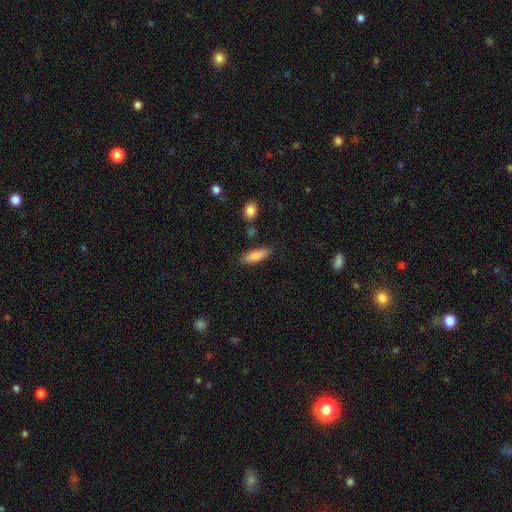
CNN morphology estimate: This is clearly a smooth galaxy (86%). How rounded: likely in between (64%). Merging: clearly none (82%).